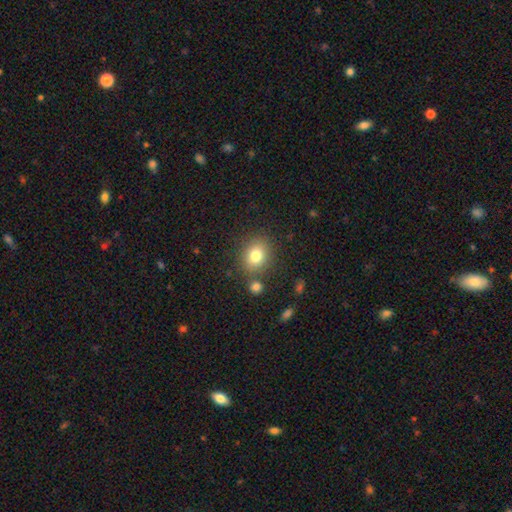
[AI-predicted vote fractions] Smooth or featured? smooth (79%)
How rounded? round (59%)
Merging? none (78%)